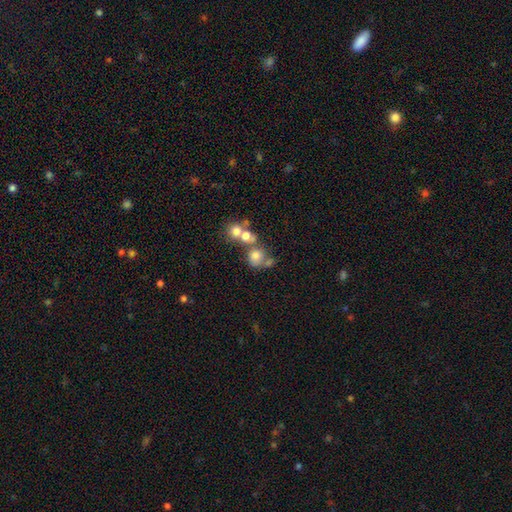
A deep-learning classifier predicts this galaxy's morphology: The model was most divided on "merging": merger: 47%, none: 36%, minor disturbance: 10%, major disturbance: 7%. More confident: how rounded — round (74%); smooth or featured — smooth (67%).